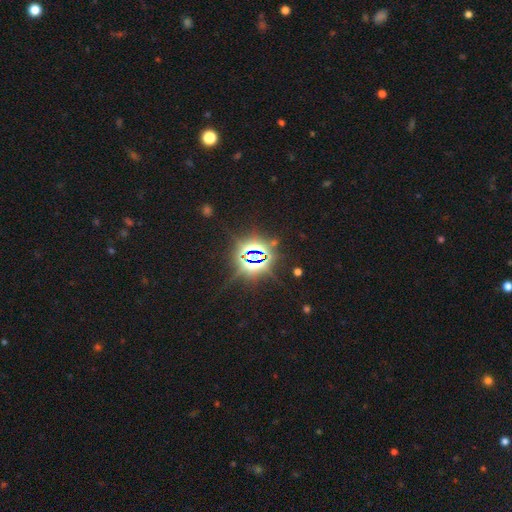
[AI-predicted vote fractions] Smooth or featured?
  - star or artifact: 84% *
  - smooth: 9%
  - featured or disk: 8%